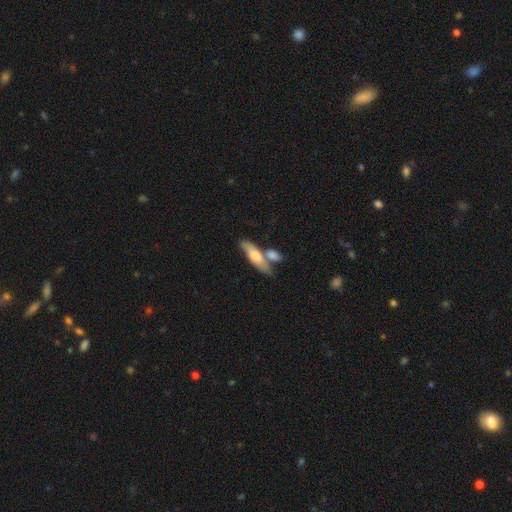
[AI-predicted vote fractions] smooth-or-featured: smooth: 64% | featured or disk: 30% | star or artifact: 6%
  how-rounded: in between: 52% | cigar-shaped: 44% | round: 4%
  merging: merger: 41% | none: 39% | minor disturbance: 14% | major disturbance: 6%